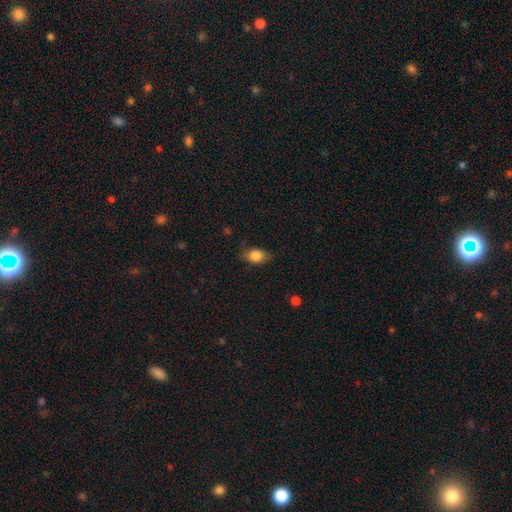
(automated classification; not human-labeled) The model was most divided on "merging": none: 74%, minor disturbance: 20%, major disturbance: 5%, merger: 1%. More confident: smooth or featured — smooth (80%); how rounded — in between (79%).